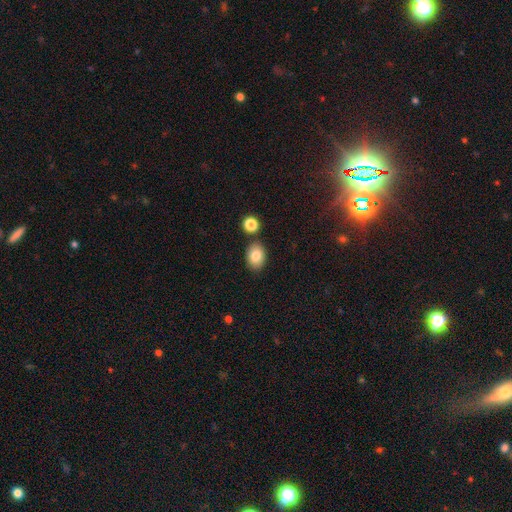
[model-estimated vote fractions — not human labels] Smooth or featured: smooth — 84% (featured or disk — 8%)
How rounded: in between — 75% (round — 24%)
Merging: none — 80% (minor disturbance — 10%)